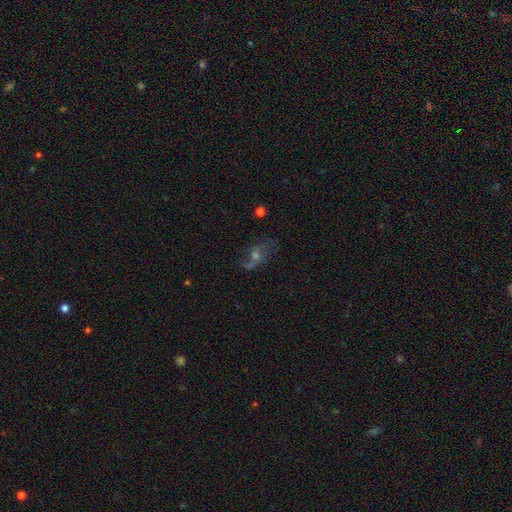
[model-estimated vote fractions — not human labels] Overall: featured or disk (62%). Edge-on disk: no (94%). Bar: no (64%; weak 30%). Spiral arms: yes (81%). Bulge size: moderate (47%; small 39%). Merging: none (57%; major disturbance 20%).